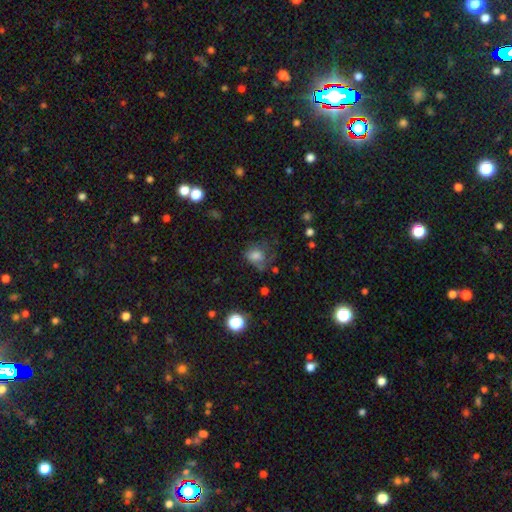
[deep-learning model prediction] Smooth or featured? Predicted: smooth (p=0.69). How rounded? Predicted: round (p=0.51). Merging? Predicted: none (p=0.43).